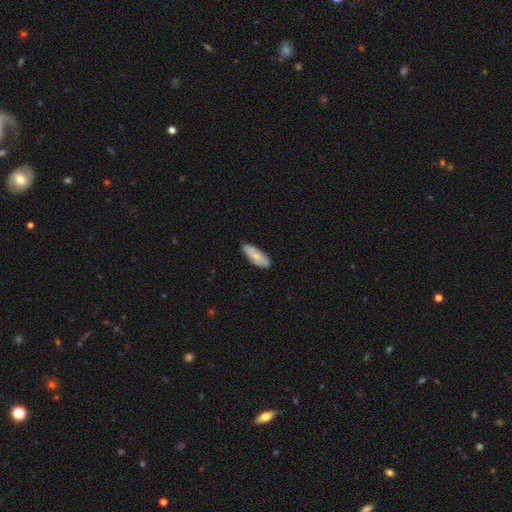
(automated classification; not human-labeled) Smooth or featured? smooth (70%)
How rounded? in between (76%)
Merging? none (81%)